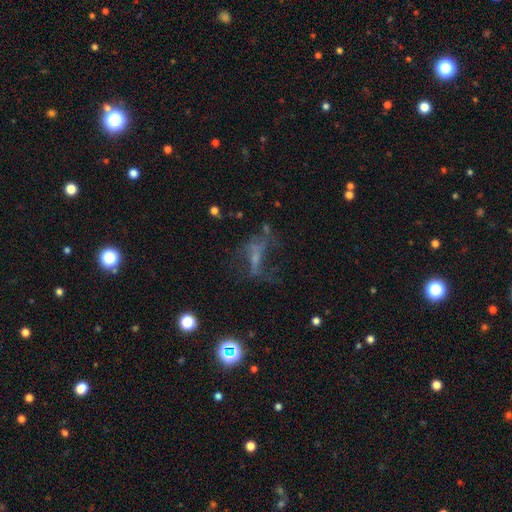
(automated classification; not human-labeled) Morphology: type=featured or disk (47%); merging=none (41%).